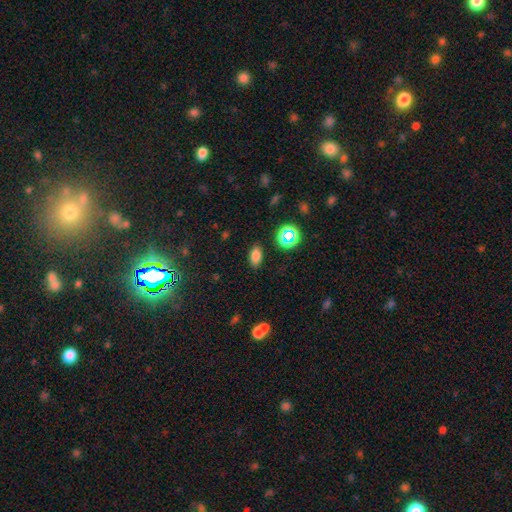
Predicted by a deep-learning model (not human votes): This appears to be a smooth galaxy with no disk features (78%) that is in between round and cigar-shaped (88%). Merging: none (87%).